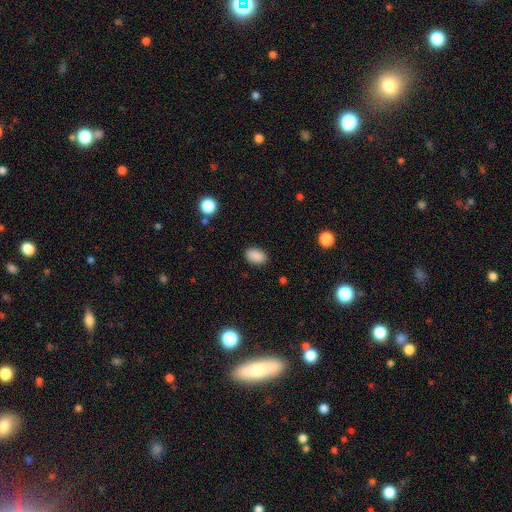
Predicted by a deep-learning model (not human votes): Morphology: type=smooth (88%); roundness=in between (87%); merging=none (87%).